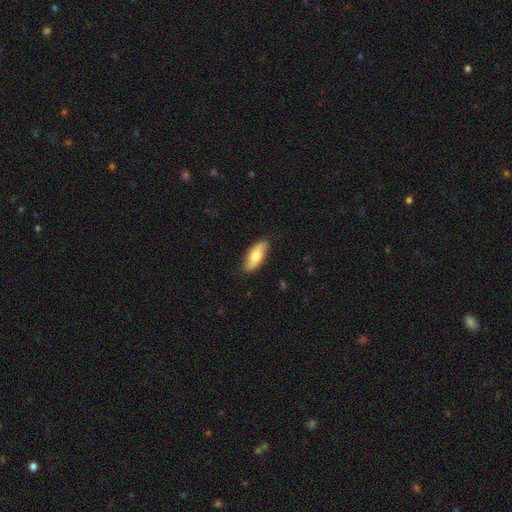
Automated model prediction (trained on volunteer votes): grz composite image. It shows a smooth galaxy with no disk features (62%) that is in between round and cigar-shaped (76%). Merging: none (85%).